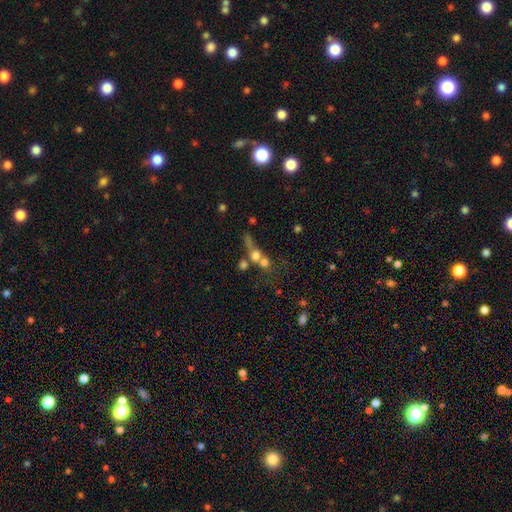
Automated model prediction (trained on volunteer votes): Morphology: type=smooth (60%); roundness=round (74%); merging=merger (54%).